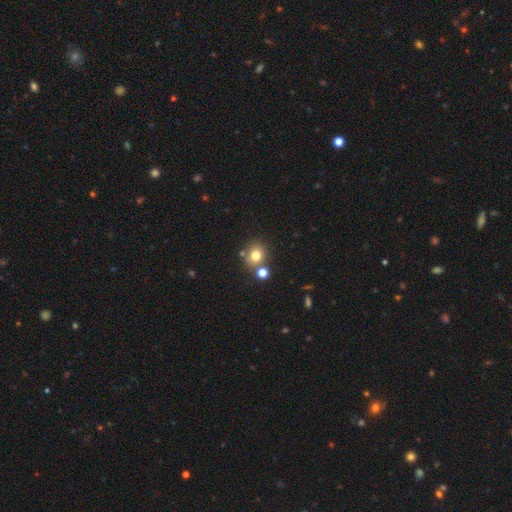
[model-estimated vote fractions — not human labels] This is likely a smooth galaxy (75%). How rounded: likely round (77%). Merging: likely none (67%).